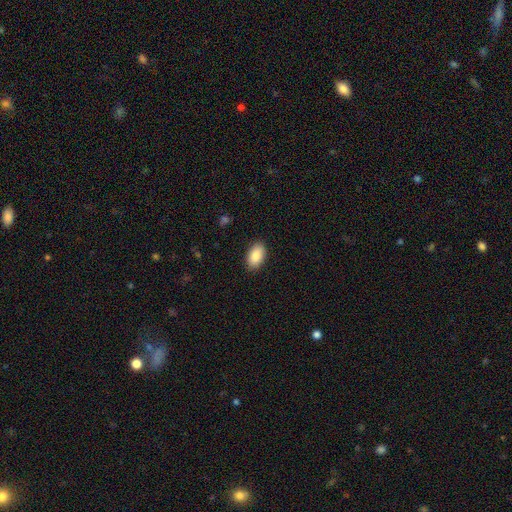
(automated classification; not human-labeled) Morphology: type=smooth (87%); roundness=in between (94%); merging=none (89%).